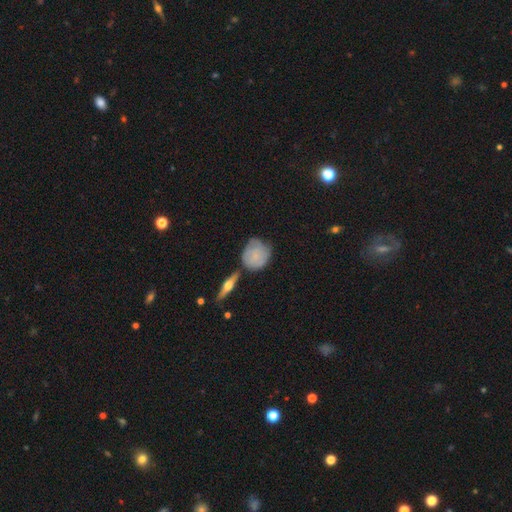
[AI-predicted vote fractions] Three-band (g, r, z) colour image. It shows a smooth galaxy with no disk features (56%) that is round (73%). Merging: none (60%).